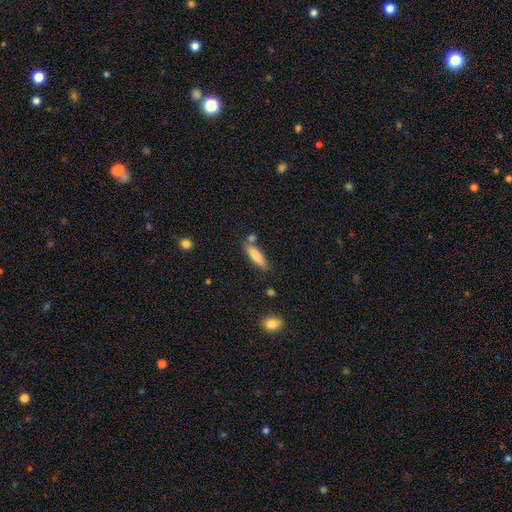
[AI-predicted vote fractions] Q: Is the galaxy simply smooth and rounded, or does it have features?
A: smooth — 81%.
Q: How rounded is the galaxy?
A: cigar-shaped — 55%.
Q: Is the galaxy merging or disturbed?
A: none — 69%.